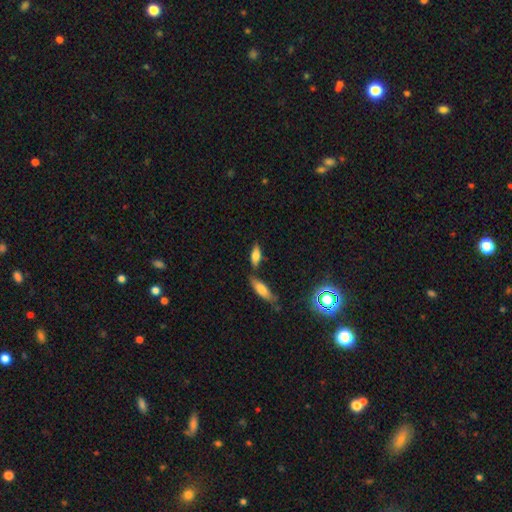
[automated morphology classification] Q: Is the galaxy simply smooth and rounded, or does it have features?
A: smooth — 70%.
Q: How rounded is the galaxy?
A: in between — 68%.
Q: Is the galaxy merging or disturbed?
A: none — 66%.